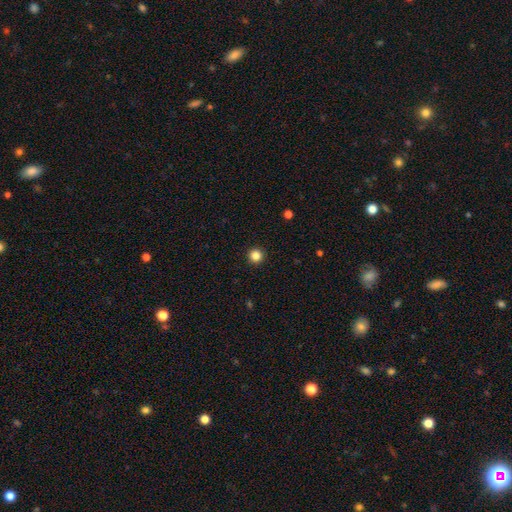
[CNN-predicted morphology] Overall: smooth (85%). How rounded: round (96%). Merging: none (93%).